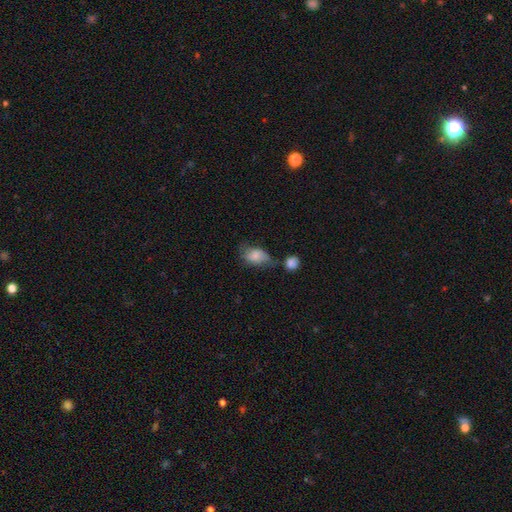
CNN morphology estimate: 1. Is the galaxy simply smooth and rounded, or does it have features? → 74% smooth, 17% featured or disk, 8% star or artifact.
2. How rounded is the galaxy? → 83% in between, 15% round, 2% cigar-shaped.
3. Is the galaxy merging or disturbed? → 38% none, 31% minor disturbance, 16% major disturbance, 14% merger.